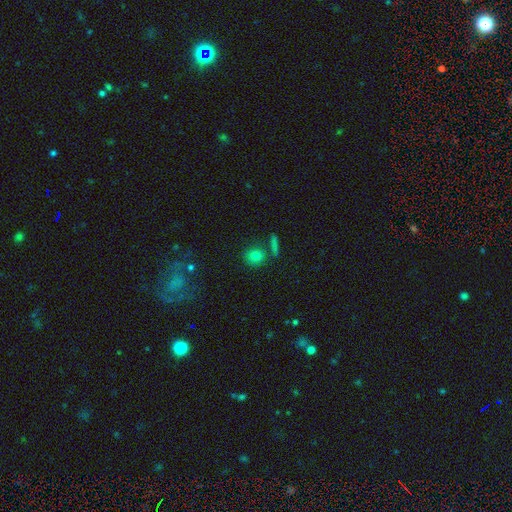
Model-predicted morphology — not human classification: Smooth or featured? smooth (78%)
How rounded? round (81%)
Merging? none (73%)